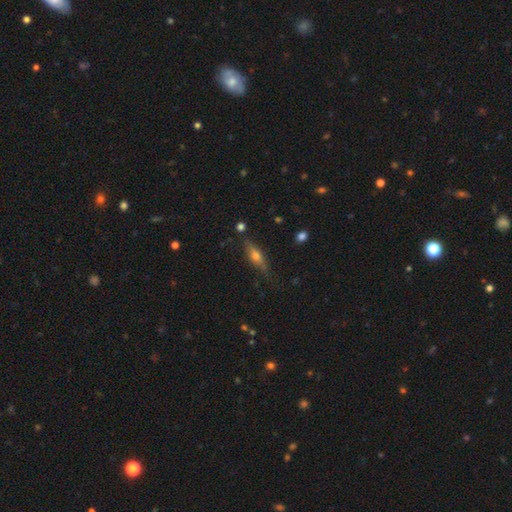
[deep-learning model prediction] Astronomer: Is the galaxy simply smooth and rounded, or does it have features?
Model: featured or disk — 51% (runner-up: smooth, 40%).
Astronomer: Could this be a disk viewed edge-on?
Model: yes — 89%.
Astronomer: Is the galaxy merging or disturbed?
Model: none — 79%.